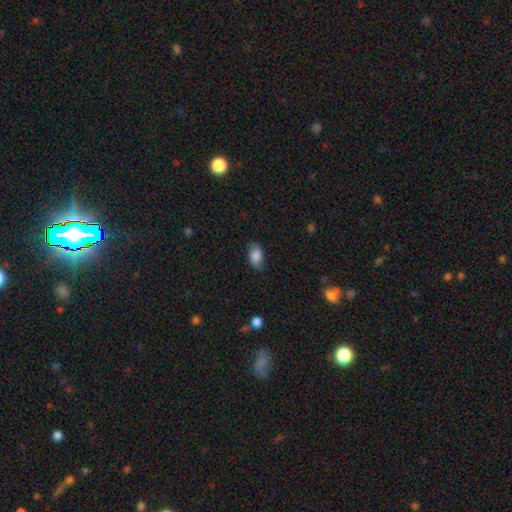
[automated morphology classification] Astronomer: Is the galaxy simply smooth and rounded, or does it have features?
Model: smooth — 84%.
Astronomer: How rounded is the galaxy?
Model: in between — 90%.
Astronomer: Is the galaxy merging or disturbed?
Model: none — 77%.